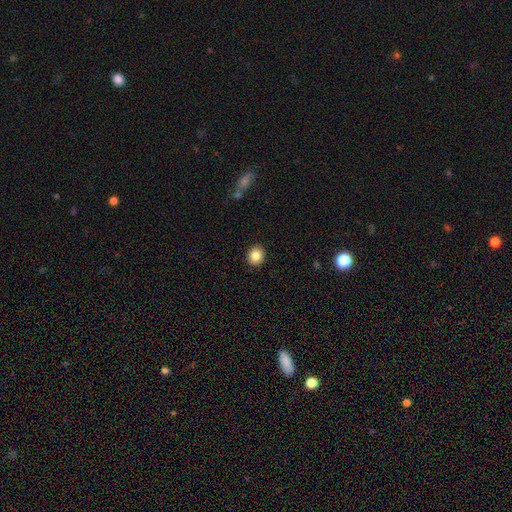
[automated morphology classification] smooth_or_featured: smooth (p=0.85) [alt: star or artifact p=0.09]
how_rounded: round (p=0.84) [alt: in between p=0.15]
merging: none (p=0.92) [alt: minor disturbance p=0.05]